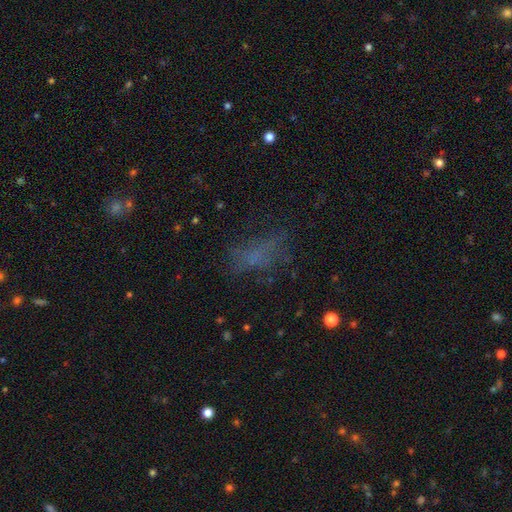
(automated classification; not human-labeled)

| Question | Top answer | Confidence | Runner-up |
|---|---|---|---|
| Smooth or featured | smooth | 46% | star or artifact (31%) |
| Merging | none | 53% | major disturbance (23%) |